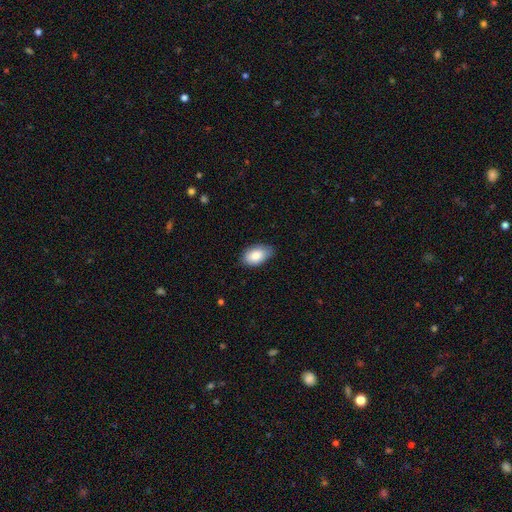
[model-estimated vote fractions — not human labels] smooth-or-featured: smooth: 85% | featured or disk: 9% | star or artifact: 7%
  how-rounded: in between: 93% | round: 6% | cigar-shaped: 1%
  merging: none: 74% | minor disturbance: 22% | major disturbance: 3% | merger: 1%